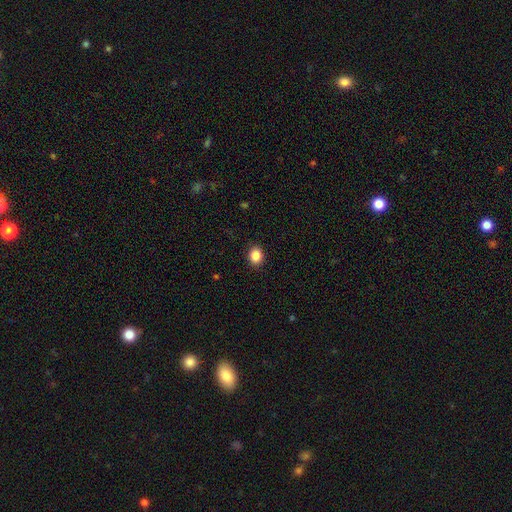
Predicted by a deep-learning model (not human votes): This is clearly a smooth galaxy (86%). How rounded: possibly round (54%). Merging: clearly none (91%).